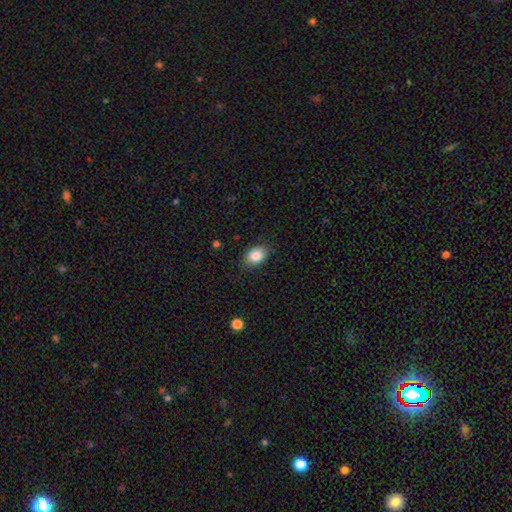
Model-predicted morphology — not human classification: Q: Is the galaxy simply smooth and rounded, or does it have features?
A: smooth — 86%.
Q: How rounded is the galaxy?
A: in between — 73%.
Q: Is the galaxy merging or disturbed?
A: none — 82%.